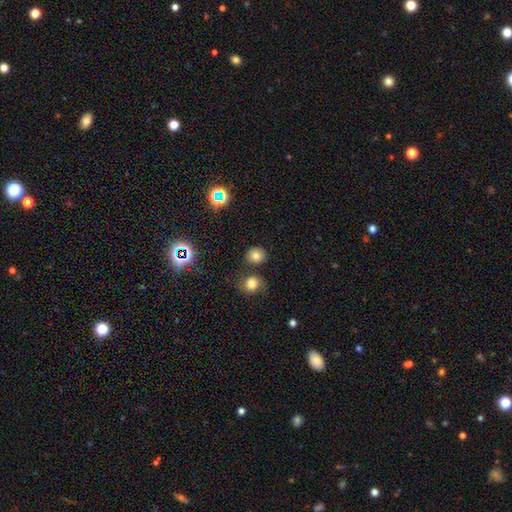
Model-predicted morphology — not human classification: Smooth or featured: smooth — 76% (star or artifact — 16%)
How rounded: round — 83% (in between — 15%)
Merging: none — 80% (minor disturbance — 9%)